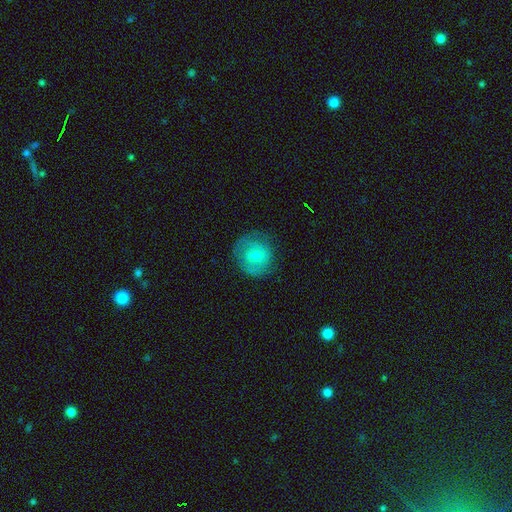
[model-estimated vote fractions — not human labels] Smooth or featured? smooth (55%)
How rounded? round (84%)
Merging? none (72%)